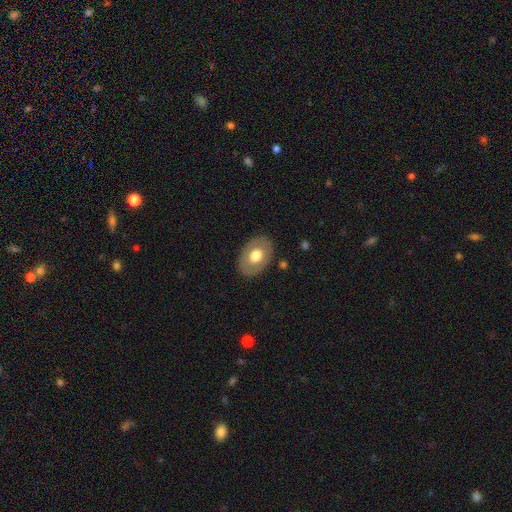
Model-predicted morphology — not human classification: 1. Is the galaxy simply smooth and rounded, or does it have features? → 59% smooth, 35% featured or disk, 6% star or artifact.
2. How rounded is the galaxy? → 80% in between, 19% round, 1% cigar-shaped.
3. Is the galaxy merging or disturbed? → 84% none, 11% minor disturbance, 4% major disturbance, 1% merger.